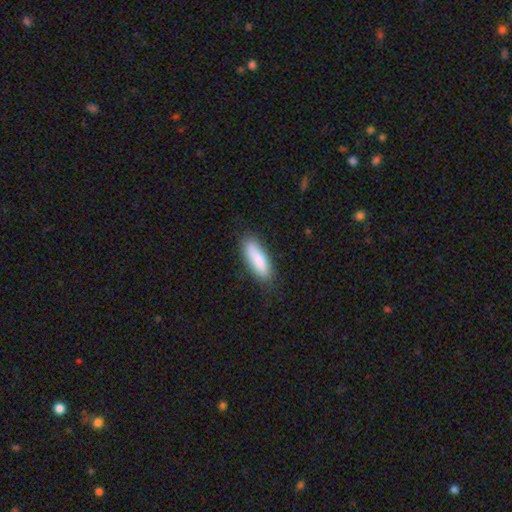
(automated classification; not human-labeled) Smooth or featured? smooth (85%)
How rounded? cigar-shaped (50%)
Merging? none (84%)